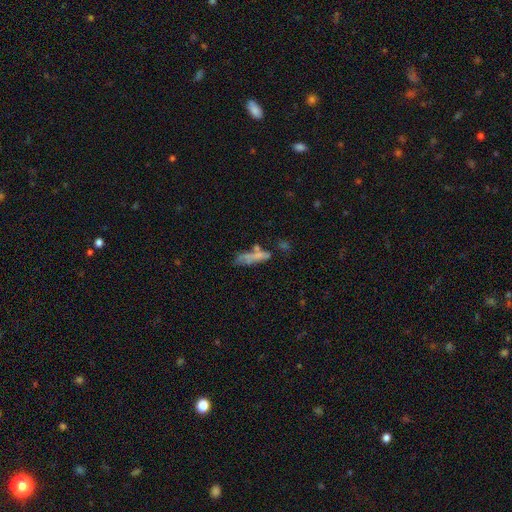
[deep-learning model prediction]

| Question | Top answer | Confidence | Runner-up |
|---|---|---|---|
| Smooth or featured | smooth | 59% | featured or disk (29%) |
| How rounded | cigar-shaped | 62% | in between (34%) |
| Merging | none | 41% | merger (22%) |